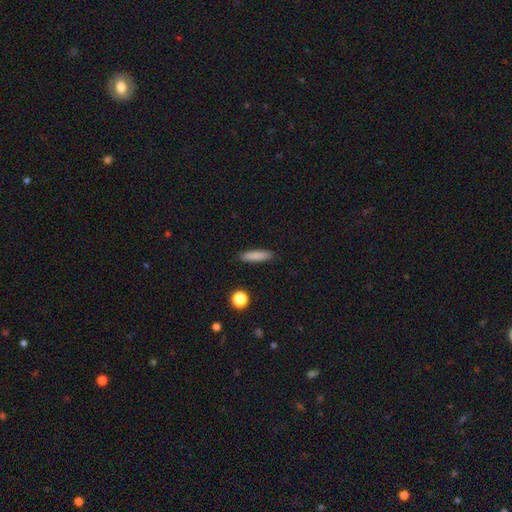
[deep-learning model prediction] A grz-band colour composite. It shows a smooth galaxy with no disk features (84%) that is cigar-shaped (76%). Merging: none (89%).